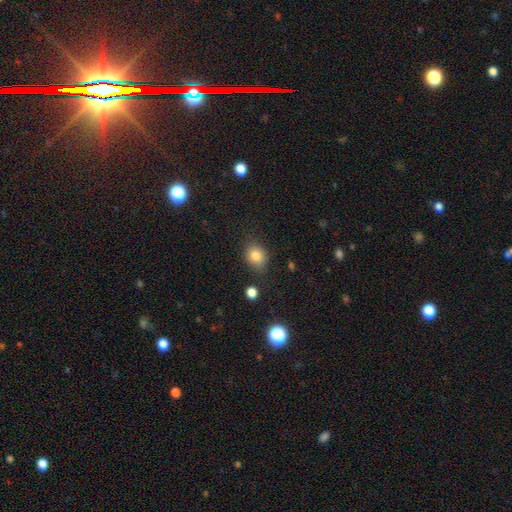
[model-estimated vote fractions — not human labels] Smooth or featured?
  - smooth: 81% *
  - star or artifact: 11%
  - featured or disk: 8%
How rounded?
  - in between: 50% *
  - round: 49%
  - cigar-shaped: 1%
Merging?
  - none: 79% *
  - minor disturbance: 15%
  - major disturbance: 4%
  - merger: 2%